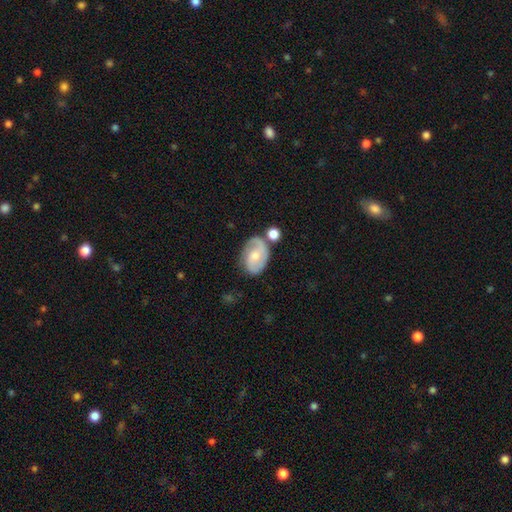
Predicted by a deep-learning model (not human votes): Morphology: type=featured or disk (66%); edge-on=no (97%); bar=no (55%); spiral arms=yes (89%); winding=medium (46%); arm count=2 (72%); bulge=moderate (54%); merging=none (56%).